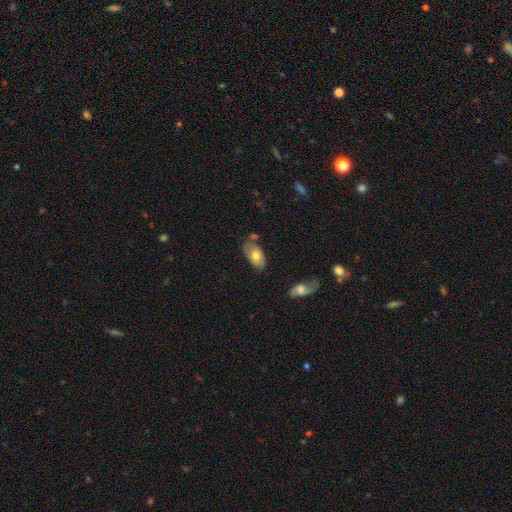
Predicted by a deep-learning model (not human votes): smooth_or_featured: smooth (p=0.67) [alt: featured or disk p=0.26]
how_rounded: in between (p=0.93) [alt: round p=0.04]
merging: none (p=0.57) [alt: minor disturbance p=0.24]